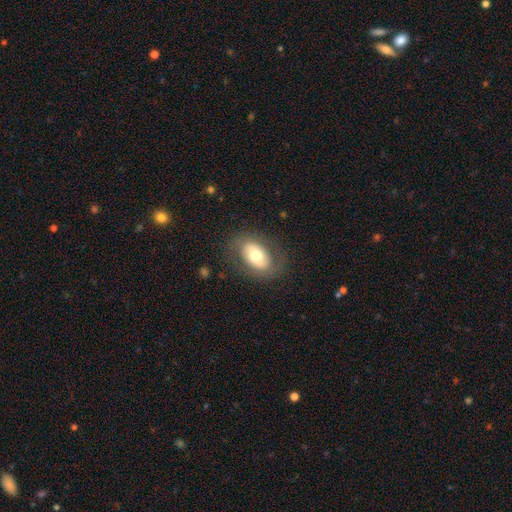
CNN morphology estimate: Smooth or featured: smooth — 59% (featured or disk — 34%)
How rounded: in between — 86% (round — 13%)
Merging: none — 78% (minor disturbance — 13%)